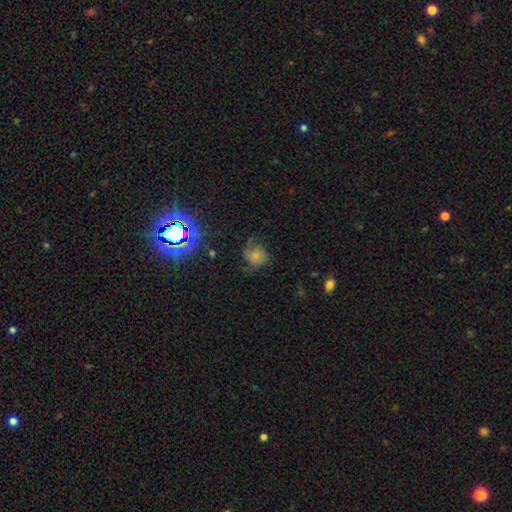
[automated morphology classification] Smooth or featured? Predicted: smooth (p=0.52). How rounded? Predicted: round (p=0.75). Merging? Predicted: none (p=0.54).